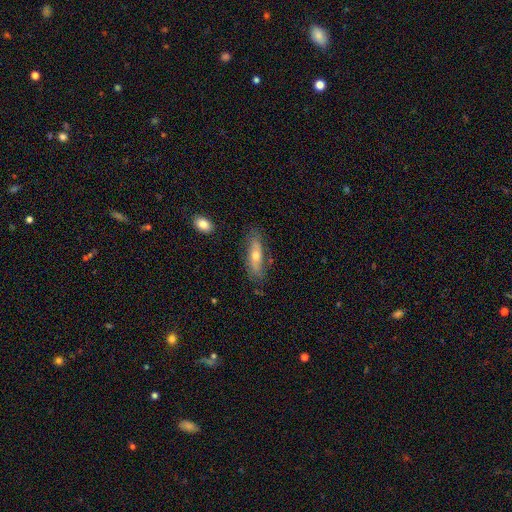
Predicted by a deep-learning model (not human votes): This is possibly a smooth galaxy (50%). How rounded: possibly in between (51%). Merging: likely none (75%).